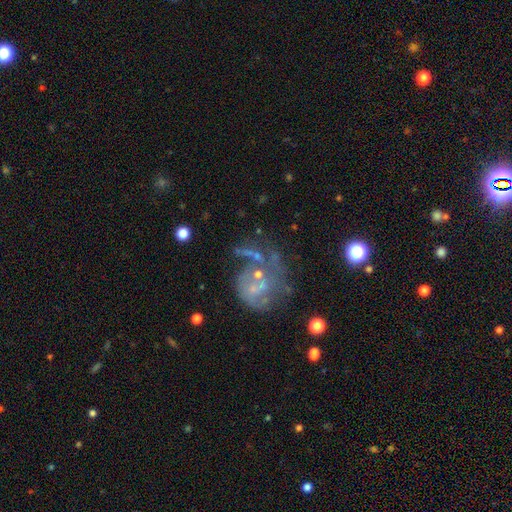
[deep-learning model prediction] smooth_or_featured: featured or disk (p=0.62) [alt: smooth p=0.20]
disk_edge_on: no (p=0.98) [alt: yes p=0.02]
bar: no (p=0.82) [alt: weak p=0.14]
has_spiral_arms: no (p=0.56) [alt: yes p=0.44]
bulge_size: small (p=0.41) [alt: none p=0.39]
merging: major disturbance (p=0.37) [alt: none p=0.29]